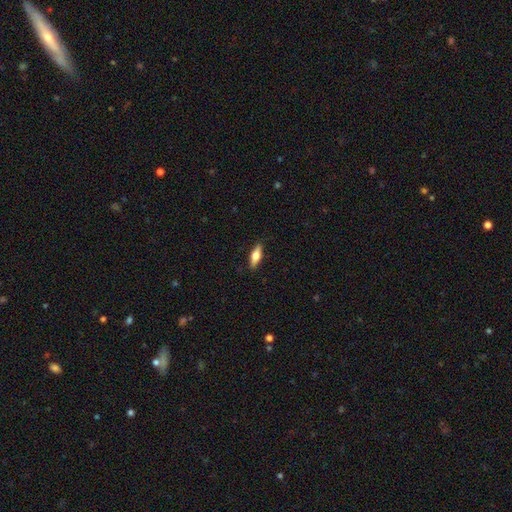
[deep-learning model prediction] smooth-or-featured: smooth: 57% | featured or disk: 36% | star or artifact: 7%
  how-rounded: in between: 57% | cigar-shaped: 40% | round: 3%
  merging: none: 87% | minor disturbance: 10% | major disturbance: 2% | merger: 1%